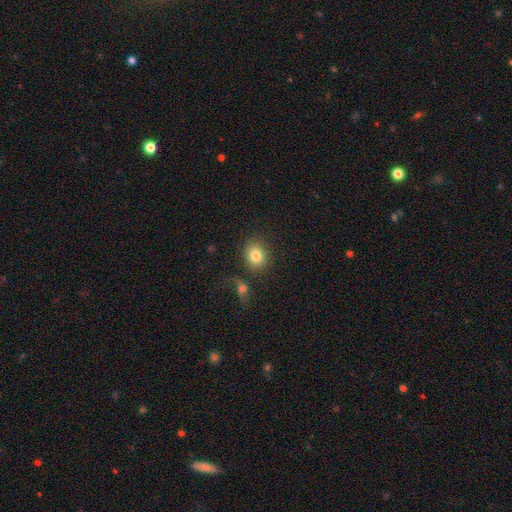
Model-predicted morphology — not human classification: smooth_or_featured: smooth (p=0.82) [alt: star or artifact p=0.10]
how_rounded: round (p=0.64) [alt: in between p=0.35]
merging: none (p=0.77) [alt: minor disturbance p=0.10]